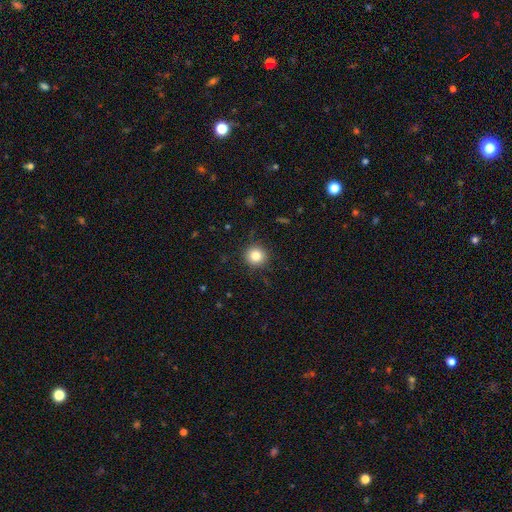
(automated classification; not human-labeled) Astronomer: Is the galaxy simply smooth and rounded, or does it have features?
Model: smooth — 83%.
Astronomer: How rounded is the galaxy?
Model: round — 94%.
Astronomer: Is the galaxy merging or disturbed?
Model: none — 90%.